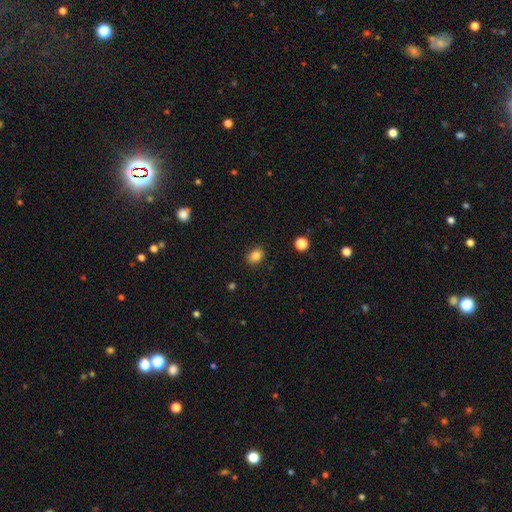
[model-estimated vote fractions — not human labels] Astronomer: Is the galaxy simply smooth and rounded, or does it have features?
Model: smooth — 84%.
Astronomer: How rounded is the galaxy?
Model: in between — 58% (runner-up: round, 42%).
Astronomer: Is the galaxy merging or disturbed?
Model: none — 88%.